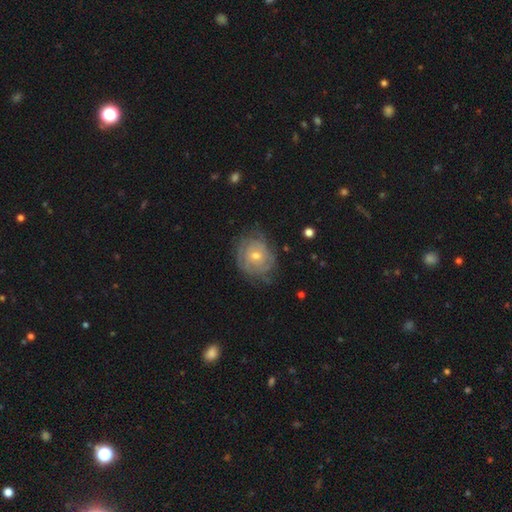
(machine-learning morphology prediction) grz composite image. It shows a featured or disk galaxy (72%) with no bar (72%), tight (74%) spiral arms (87%) and a moderate central bulge (50%). Merging: none (74%).